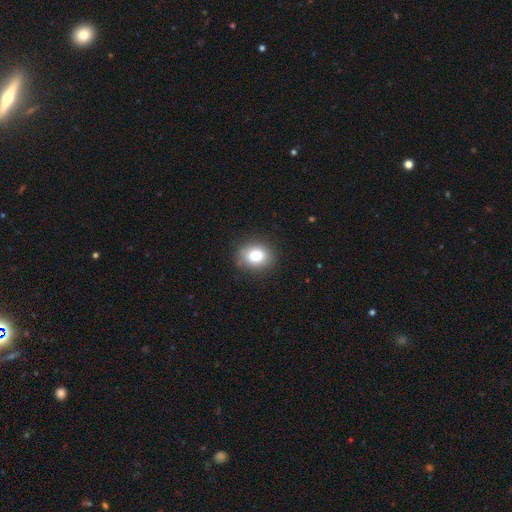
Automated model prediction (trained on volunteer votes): Morphology: type=smooth (81%); roundness=round (50%); merging=none (84%).